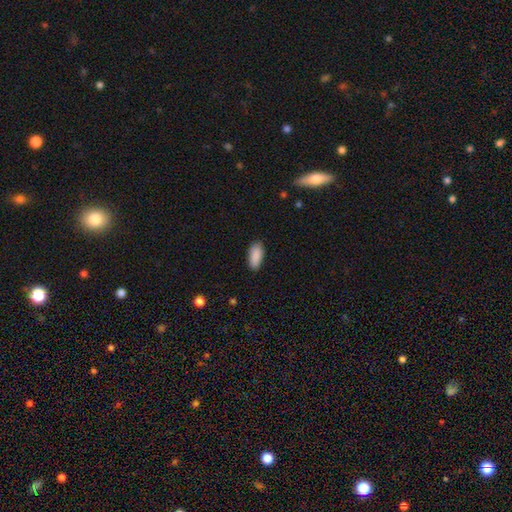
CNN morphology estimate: This is clearly a smooth galaxy (90%). How rounded: clearly in between (87%). Merging: clearly none (87%).